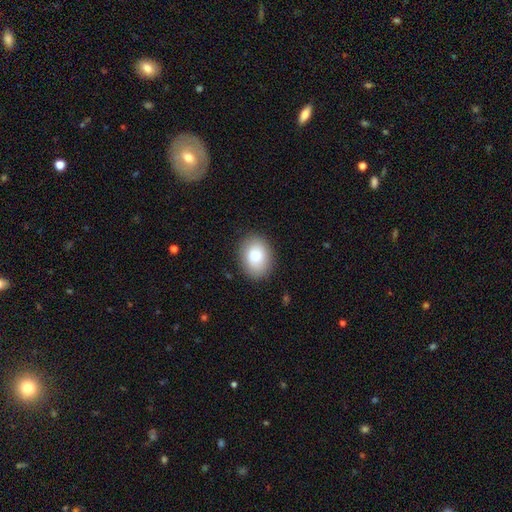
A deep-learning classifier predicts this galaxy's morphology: A smooth galaxy with no disk features (77%) that is in between round and cigar-shaped (63%).

Vote fractions:
- Smooth or featured? smooth: 77% / featured or disk: 14% / star or artifact: 9%
- How rounded? in between: 63% / round: 36% / cigar-shaped: 1%
- Merging? none: 88% / minor disturbance: 9% / major disturbance: 3% / merger: 1%